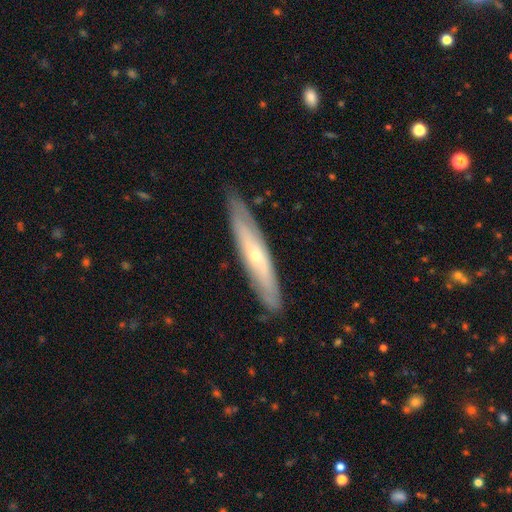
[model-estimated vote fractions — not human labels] This appears to be a featured or disk galaxy (62%) viewed edge-on (66%). Merging: none (85%).